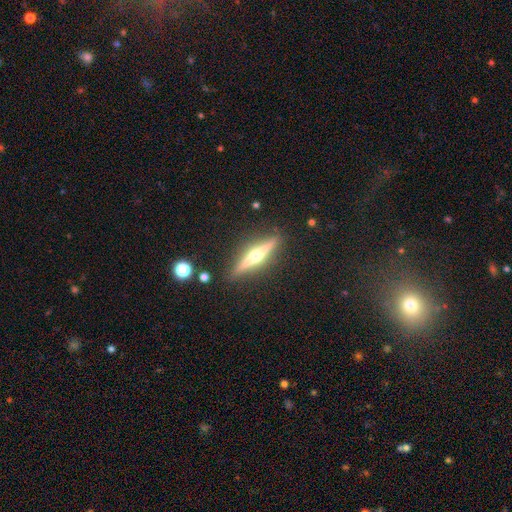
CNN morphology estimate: Smooth or featured?
  - featured or disk: 78% *
  - smooth: 17%
  - star or artifact: 6%
Edge-on disk?
  - yes: 97% *
  - no: 3%
Edge-on bulge?
  - rounded: 95% *
  - none: 3%
  - boxy: 2%
Merging?
  - none: 89% *
  - minor disturbance: 7%
  - major disturbance: 2%
  - merger: 1%